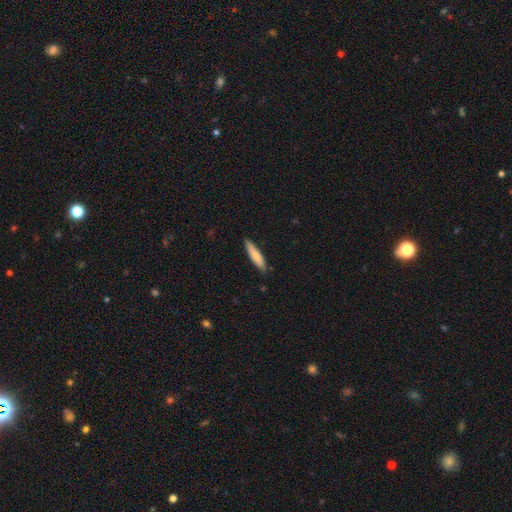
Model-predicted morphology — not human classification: smooth_or_featured: smooth (p=0.76) [alt: featured or disk p=0.18]
how_rounded: cigar-shaped (p=0.81) [alt: in between p=0.18]
merging: none (p=0.85) [alt: minor disturbance p=0.12]